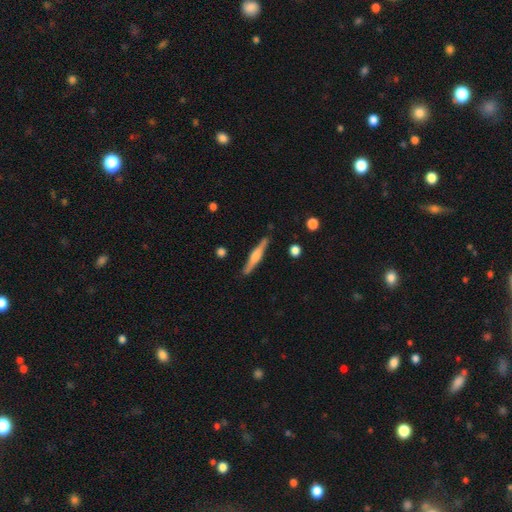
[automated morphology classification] This appears to be a featured or disk galaxy (59%) viewed edge-on (97%) with a rounded central bulge (66%). Merging: none (86%).